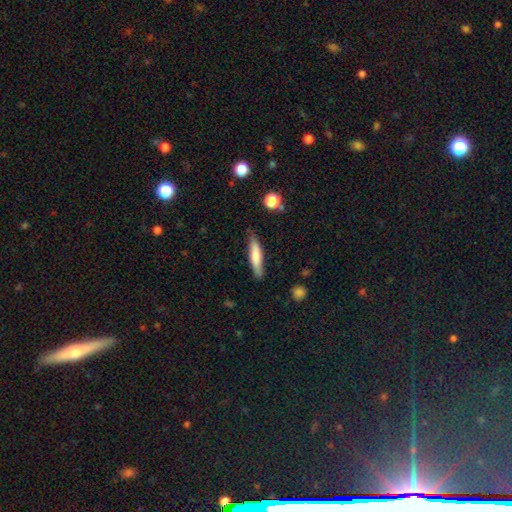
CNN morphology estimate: This appears to be a smooth galaxy with no disk features (72%) that is cigar-shaped (83%). Merging: none (77%).